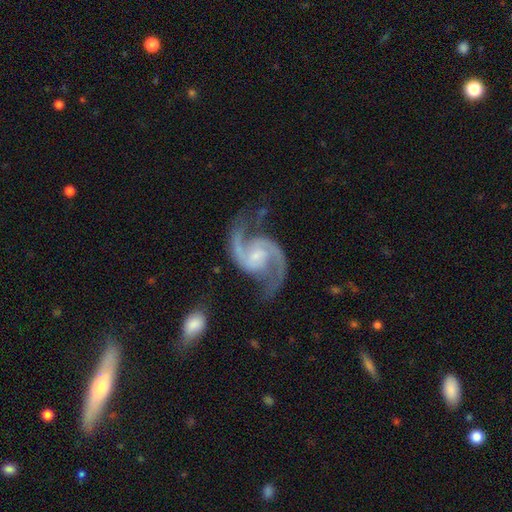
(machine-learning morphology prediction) Smooth or featured? featured or disk (94%)
Edge-on disk? no (98%)
Bar? weak (46%)
Spiral arms? yes (99%)
Spiral winding? medium (59%)
Spiral arm count? 2 (94%)
Bulge size? small (54%)
Merging? none (73%)